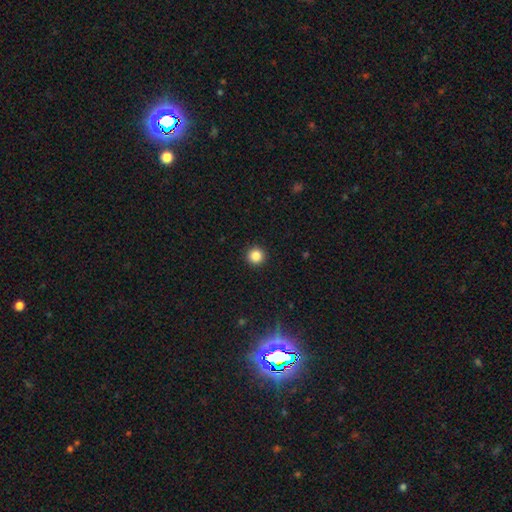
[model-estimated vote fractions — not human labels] Overall: smooth (85%). How rounded: round (96%). Merging: none (93%).